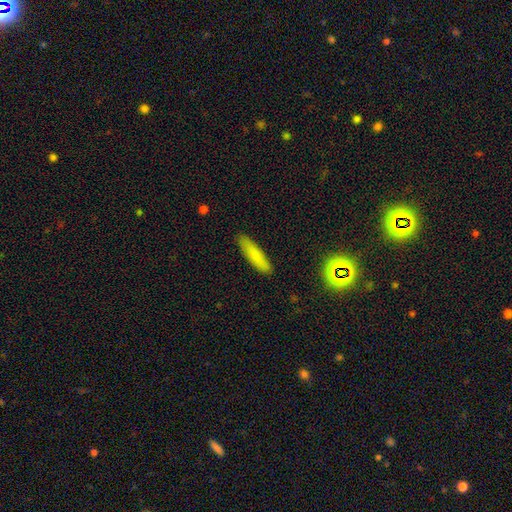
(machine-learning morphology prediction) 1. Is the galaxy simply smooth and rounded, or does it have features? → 80% smooth, 12% featured or disk, 8% star or artifact.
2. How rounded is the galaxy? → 81% cigar-shaped, 17% in between, 2% round.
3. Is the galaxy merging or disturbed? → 88% none, 9% minor disturbance, 2% major disturbance, 1% merger.